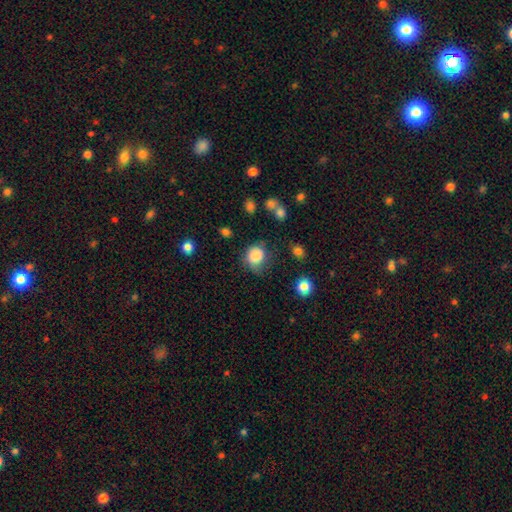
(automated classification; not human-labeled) A smooth galaxy with no disk features (80%) that is round (72%).

Vote fractions:
- Smooth or featured? smooth: 80% / featured or disk: 11% / star or artifact: 9%
- How rounded? round: 72% / in between: 27% / cigar-shaped: 1%
- Merging? none: 52% / minor disturbance: 30% / major disturbance: 15% / merger: 3%